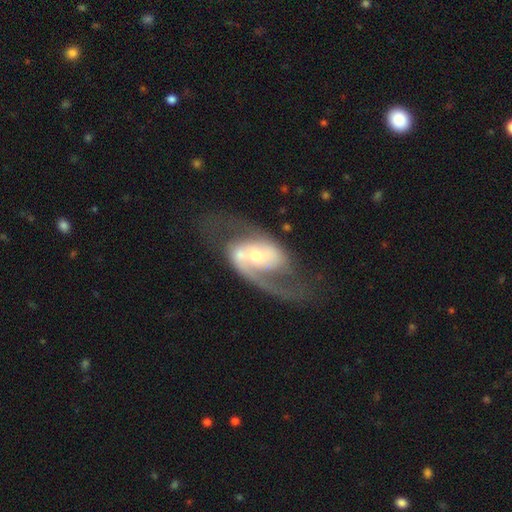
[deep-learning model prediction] Morphology: type=featured or disk (86%); edge-on=no (96%); bar=no (39%, tied with weak); spiral arms=yes (94%); winding=medium (47%); arm count=2 (83%); bulge=moderate (56%); merging=none (56%).